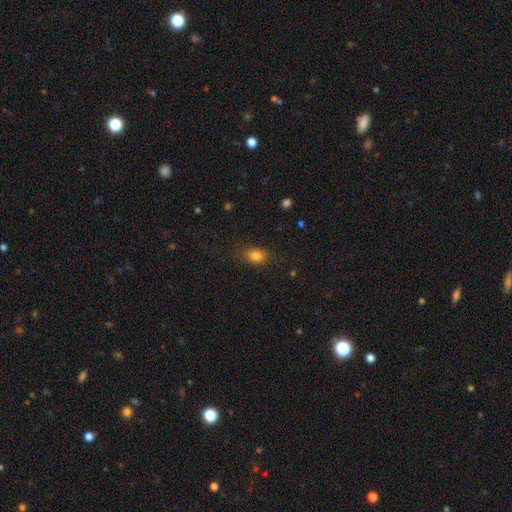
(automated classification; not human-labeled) Smooth or featured: smooth — 82% (star or artifact — 11%)
How rounded: in between — 70% (round — 28%)
Merging: none — 78% (minor disturbance — 15%)